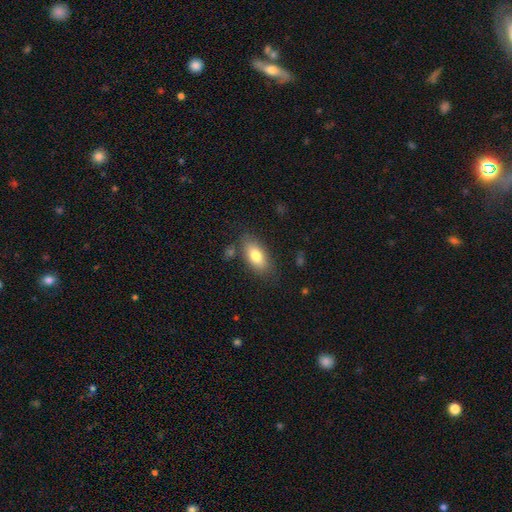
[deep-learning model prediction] A smooth galaxy with no disk features (78%) that is in between round and cigar-shaped (86%). Merging: none (78%).